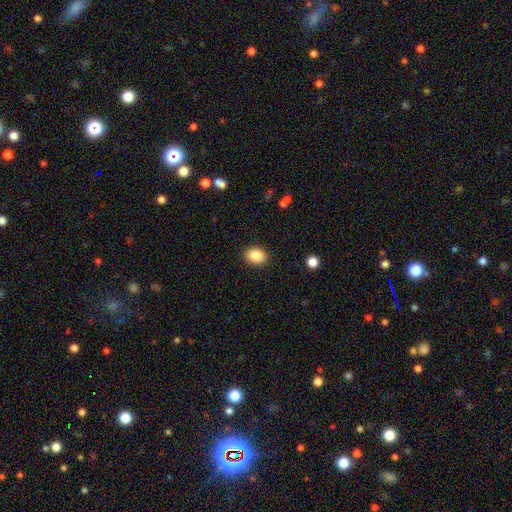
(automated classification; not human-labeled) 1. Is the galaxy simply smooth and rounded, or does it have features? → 87% smooth, 8% star or artifact, 5% featured or disk.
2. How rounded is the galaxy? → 72% in between, 27% round, 1% cigar-shaped.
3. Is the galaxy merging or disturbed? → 89% none, 8% minor disturbance, 2% major disturbance, 1% merger.